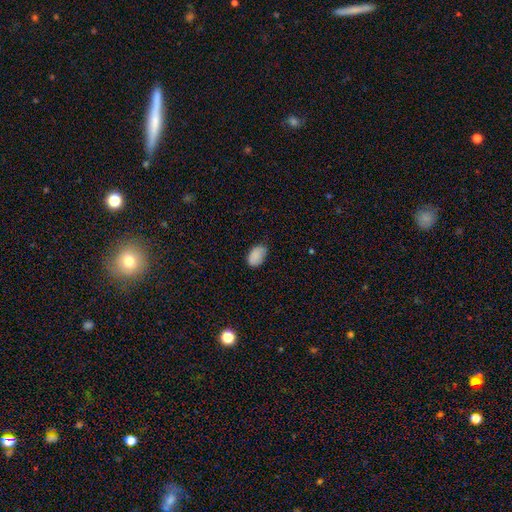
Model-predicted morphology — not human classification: smooth 87%, star or artifact 8%, featured or disk 5%. Down the decision tree: how rounded — in between (91%); merging — none (72%).